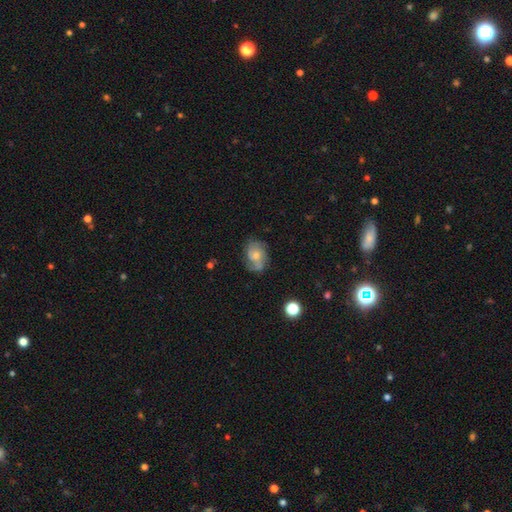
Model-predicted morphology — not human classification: type=featured or disk (54%); edge-on=no (96%); bar=no (72%); spiral arms=yes (80%); bulge=small (48%); merging=none (58%).